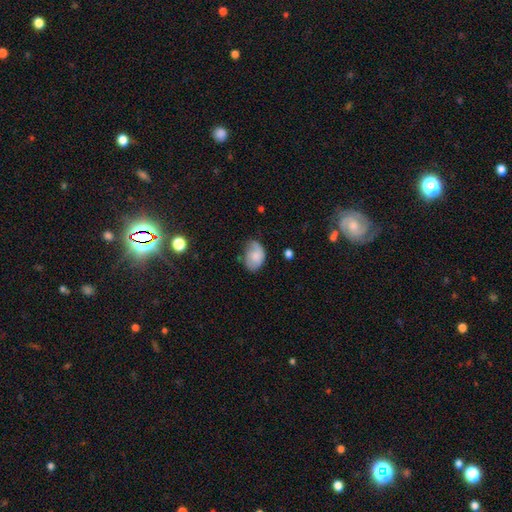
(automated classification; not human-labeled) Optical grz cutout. It shows a smooth galaxy with no disk features (73%) that is in between round and cigar-shaped (81%). Merging: none (47%).